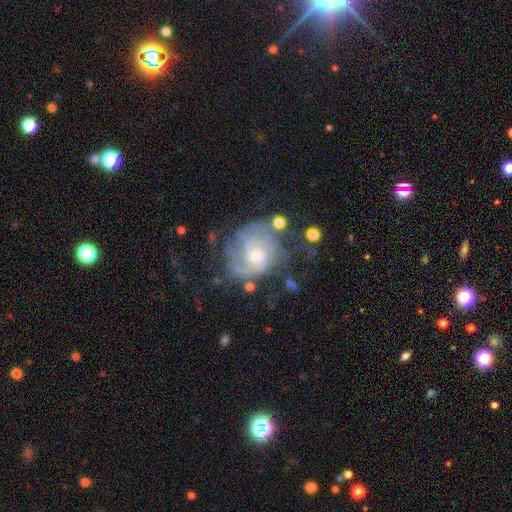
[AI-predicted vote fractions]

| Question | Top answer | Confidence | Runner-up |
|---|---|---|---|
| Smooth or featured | featured or disk | 81% | smooth (12%) |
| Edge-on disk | no | 98% | yes (2%) |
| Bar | no | 72% | weak (24%) |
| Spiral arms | yes | 91% | no (9%) |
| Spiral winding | tight | 57% | medium (32%) |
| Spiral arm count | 2 | 37% | can't tell (35%) |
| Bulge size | moderate | 48% | small (46%) |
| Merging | none | 56% | minor disturbance (23%) |